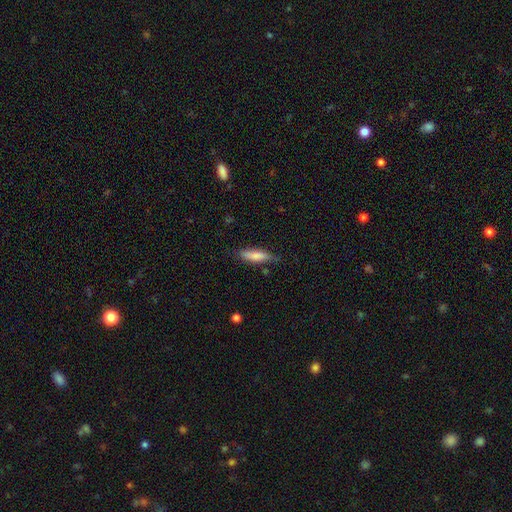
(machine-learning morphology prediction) A smooth galaxy with no disk features (76%) that is cigar-shaped (65%).

Vote fractions:
- Smooth or featured? smooth: 76% / featured or disk: 17% / star or artifact: 6%
- How rounded? cigar-shaped: 65% / in between: 33% / round: 2%
- Merging? none: 70% / minor disturbance: 23% / major disturbance: 4% / merger: 2%